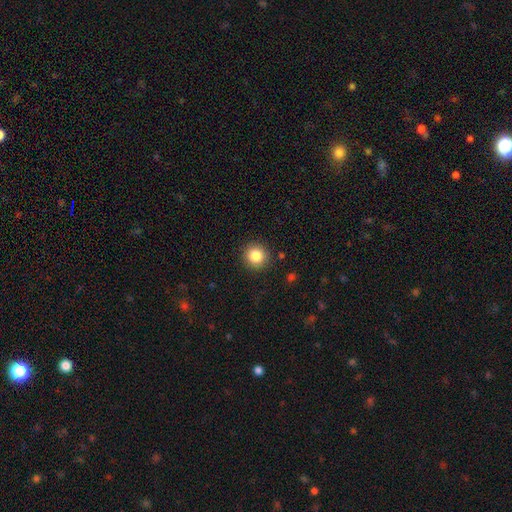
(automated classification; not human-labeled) This appears to be a smooth galaxy with no disk features (84%) that is round (92%). Merging: none (90%).